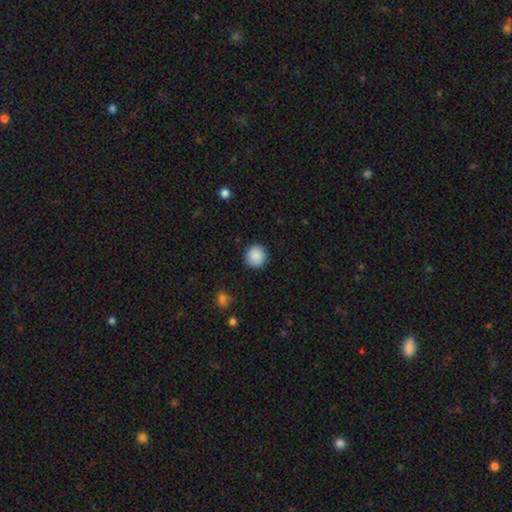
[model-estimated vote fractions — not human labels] This is clearly a smooth galaxy (89%). How rounded: clearly round (93%). Merging: clearly none (91%).